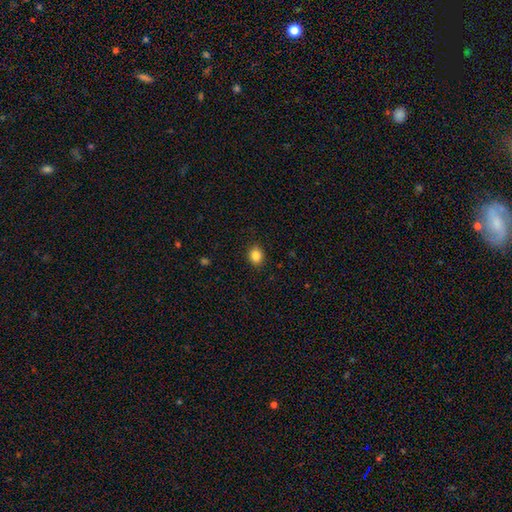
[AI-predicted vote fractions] smooth-or-featured: smooth: 85% | star or artifact: 10% | featured or disk: 5%
  how-rounded: round: 67% | in between: 32% | cigar-shaped: 1%
  merging: none: 90% | minor disturbance: 8% | major disturbance: 2% | merger: 1%